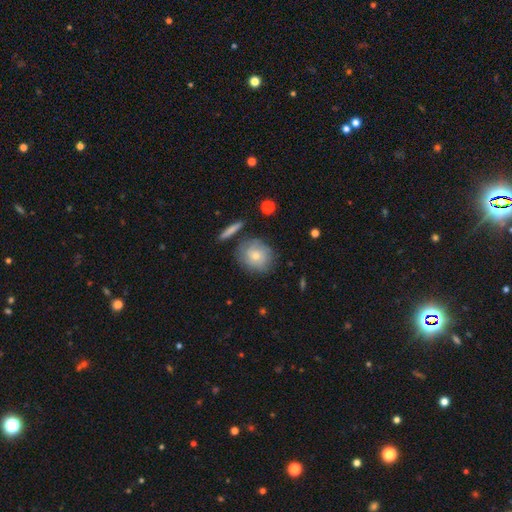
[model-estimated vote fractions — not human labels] The model was most divided on "smooth or featured": smooth: 63%, featured or disk: 30%, star or artifact: 8%. More confident: how rounded — round (79%); merging — none (73%).